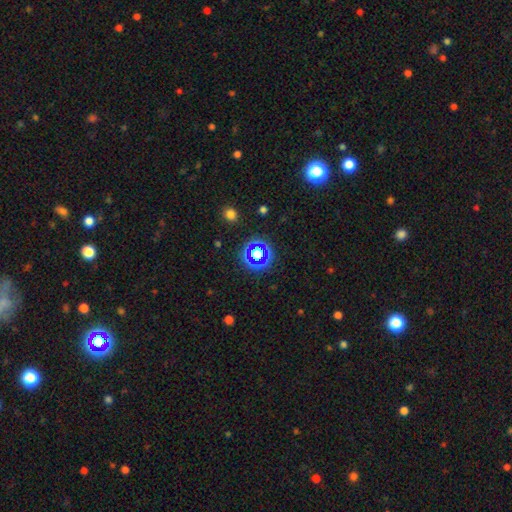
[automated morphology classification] Smooth or featured? star or artifact (60%)